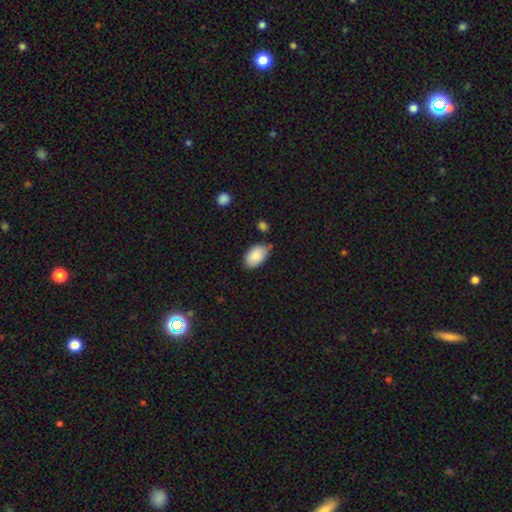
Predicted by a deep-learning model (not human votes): smooth 87%, star or artifact 6%, featured or disk 6%. Down the decision tree: how rounded — in between (93%); merging — none (67%).